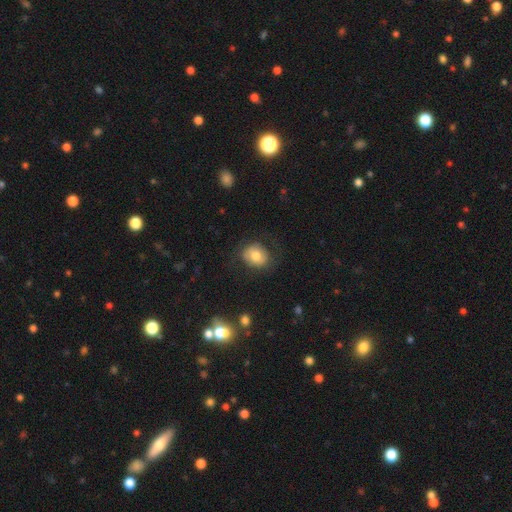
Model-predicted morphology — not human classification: A smooth galaxy with no disk features (71%) that is round (65%). Merging: none (72%).